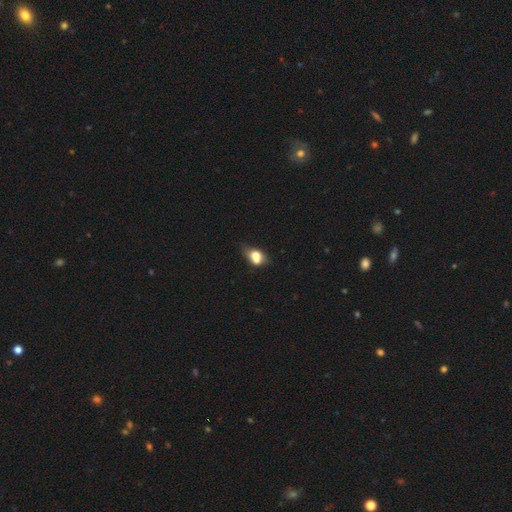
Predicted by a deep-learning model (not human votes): Q: Smooth or featured?
A: smooth (70%); runner-up: featured or disk (19%)
Q: How rounded?
A: in between (68%); runner-up: round (29%)
Q: Merging?
A: merger (32%); runner-up: none (28%)